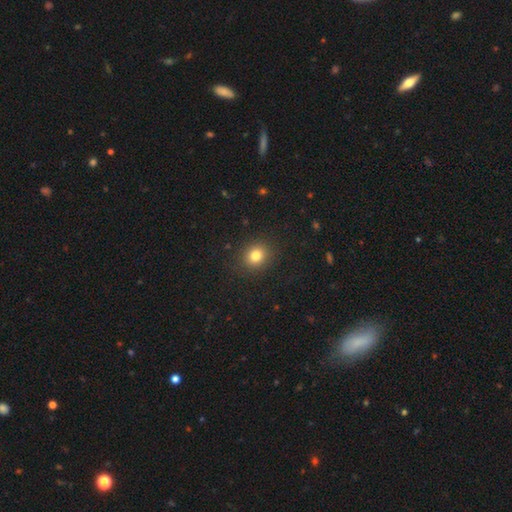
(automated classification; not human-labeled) Smooth or featured: smooth — 80% (star or artifact — 13%)
How rounded: round — 74% (in between — 25%)
Merging: none — 89% (minor disturbance — 7%)